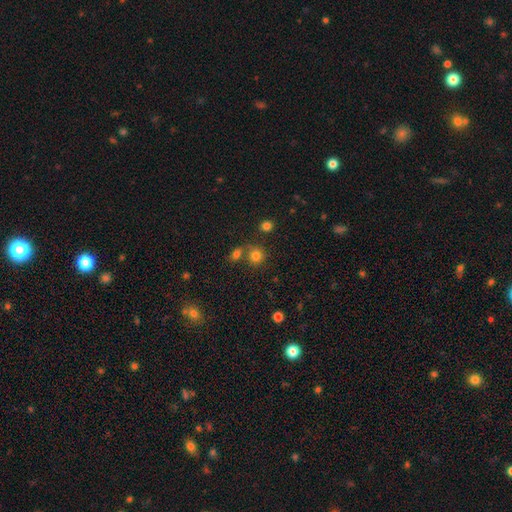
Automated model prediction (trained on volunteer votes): This is likely a smooth galaxy (78%). How rounded: clearly round (83%). Merging: likely none (62%).